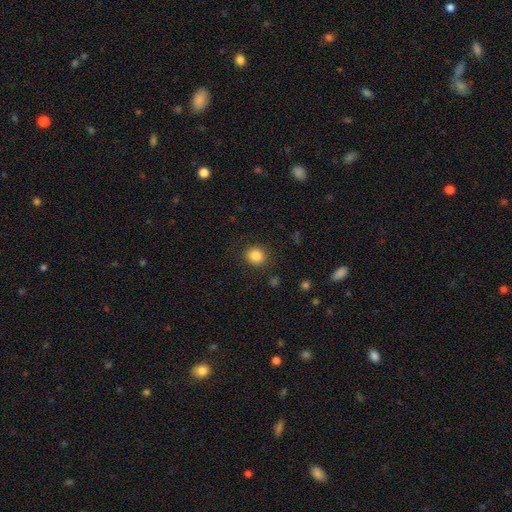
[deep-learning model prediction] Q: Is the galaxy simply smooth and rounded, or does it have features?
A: smooth — 85%.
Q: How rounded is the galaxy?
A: round — 75%.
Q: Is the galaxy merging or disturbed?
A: none — 86%.